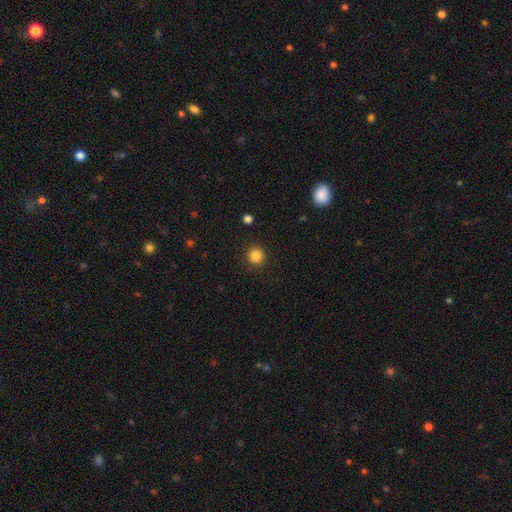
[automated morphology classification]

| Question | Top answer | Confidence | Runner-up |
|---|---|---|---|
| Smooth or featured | smooth | 84% | star or artifact (12%) |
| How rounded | round | 93% | in between (6%) |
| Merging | none | 92% | minor disturbance (5%) |